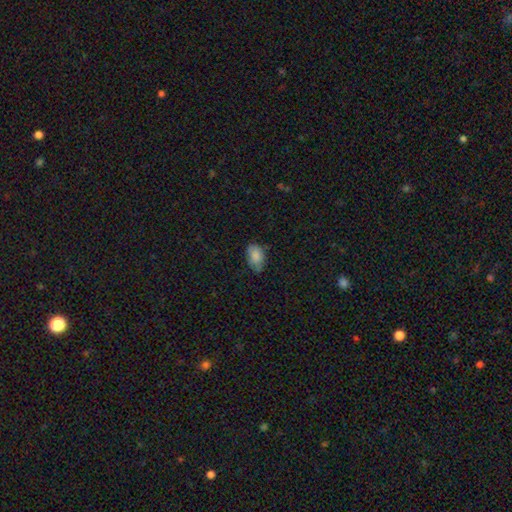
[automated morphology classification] type=smooth (81%); roundness=in between (87%); merging=none (61%).